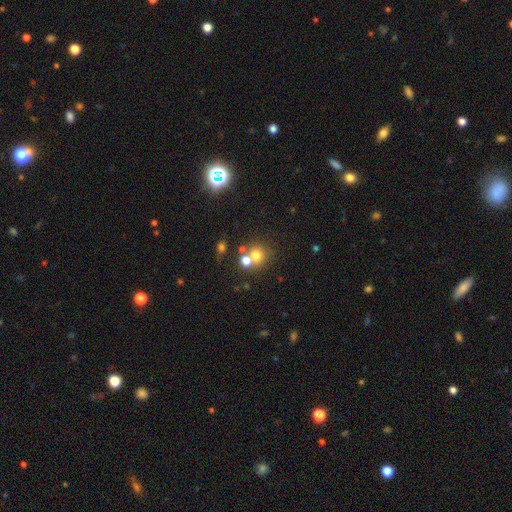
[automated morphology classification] Smooth or featured: smooth — 69% (star or artifact — 18%)
How rounded: round — 84% (in between — 15%)
Merging: none — 52% (merger — 36%)